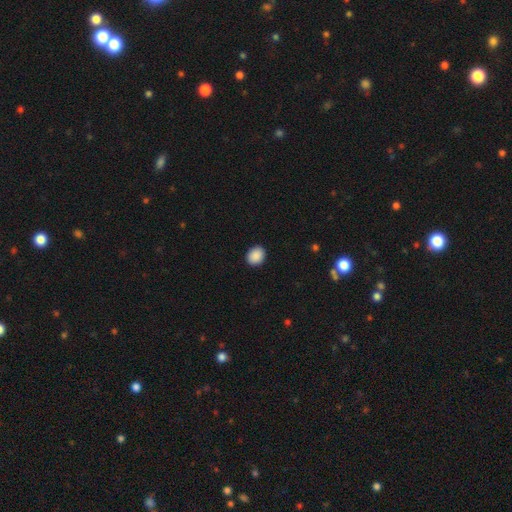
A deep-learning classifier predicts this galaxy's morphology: type=smooth (89%); roundness=round (66%); merging=none (91%).